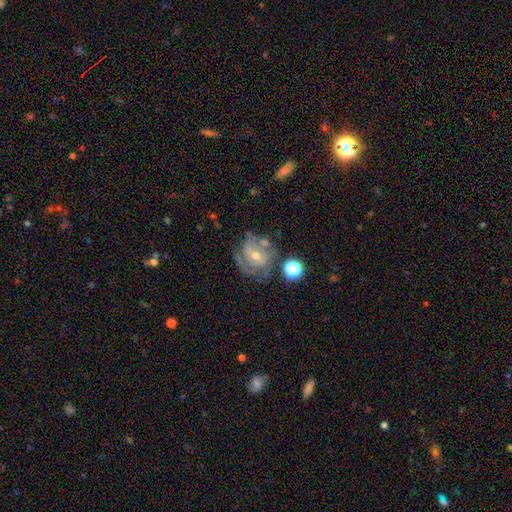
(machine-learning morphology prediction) featured or disk 76%, smooth 13%, star or artifact 10%. Down the decision tree: edge-on disk — no (97%); bar — no (55%); spiral arms — yes (89%); spiral arm count — can't tell (36%); spiral winding — tight (59%); bulge size — small (55%); merging — none (61%).